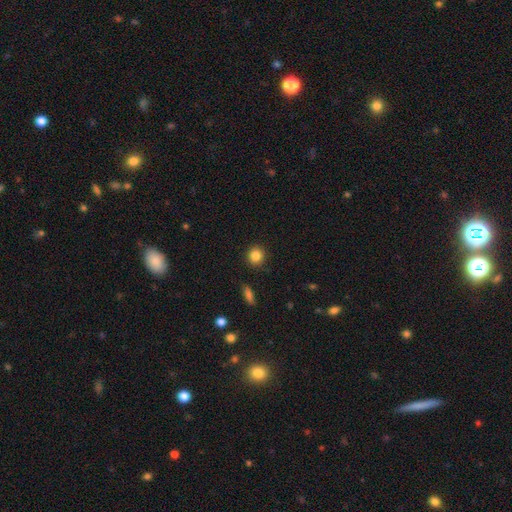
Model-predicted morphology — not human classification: smooth 85%, star or artifact 10%, featured or disk 5%. Down the decision tree: how rounded — round (88%); merging — none (91%).